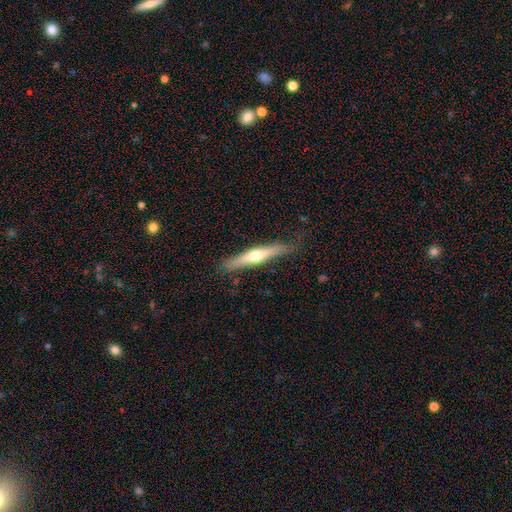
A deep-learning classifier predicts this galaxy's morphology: The model was most divided on "smooth or featured": featured or disk: 57%, smooth: 37%, star or artifact: 5%. More confident: edge-on disk — yes (94%); edge-on bulge — rounded (89%); merging — none (81%).